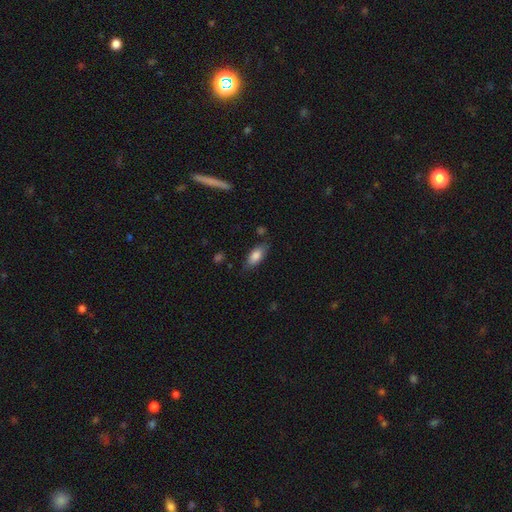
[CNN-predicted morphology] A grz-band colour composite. It shows a smooth galaxy with no disk features (81%) that is in between round and cigar-shaped (84%). Merging: none (77%).